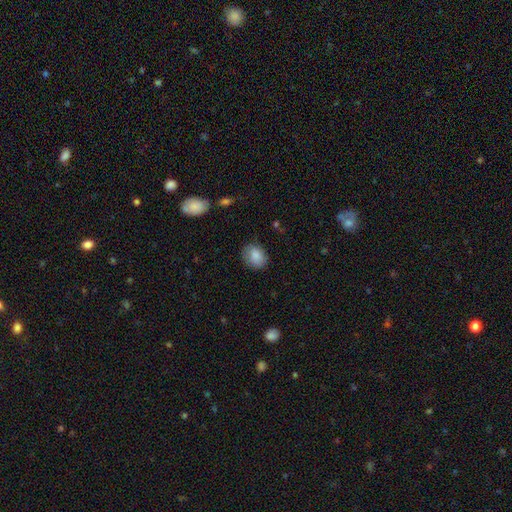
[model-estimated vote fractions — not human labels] A smooth galaxy with no disk features (85%) that is in between round and cigar-shaped (52%). Merging: none (80%).